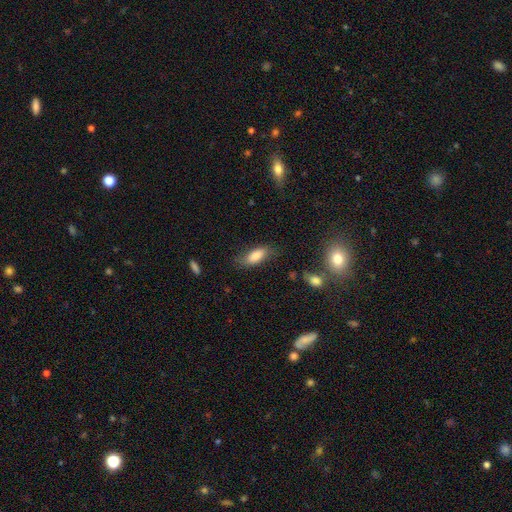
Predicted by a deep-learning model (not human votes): Overall: smooth (81%). How rounded: in between (78%). Merging: none (68%).